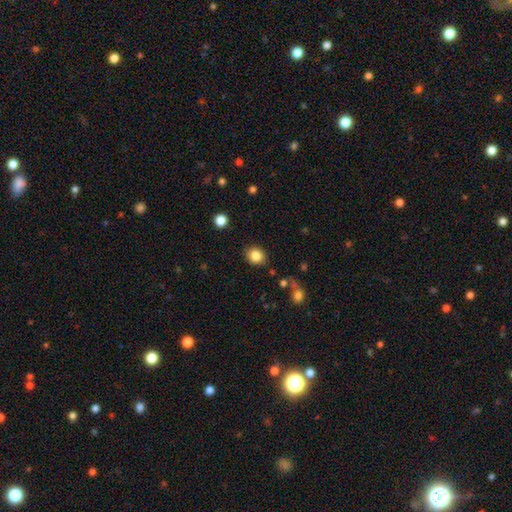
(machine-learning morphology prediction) smooth 85%, star or artifact 10%, featured or disk 5%. Down the decision tree: how rounded — round (70%); merging — none (86%).